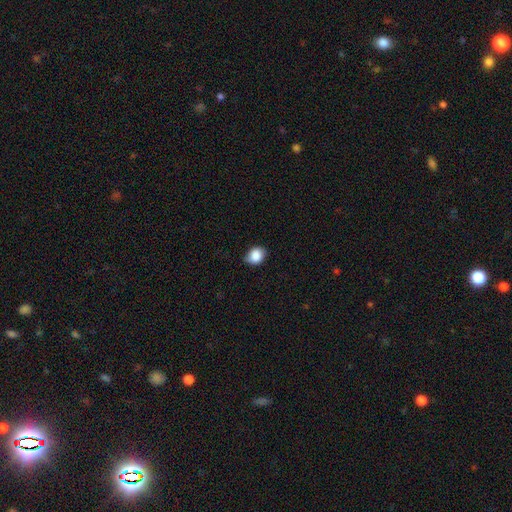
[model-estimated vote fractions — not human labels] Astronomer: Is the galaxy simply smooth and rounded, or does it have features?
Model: smooth — 86%.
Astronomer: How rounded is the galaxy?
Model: round — 57% (runner-up: in between, 42%).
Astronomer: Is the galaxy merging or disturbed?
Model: none — 71%.